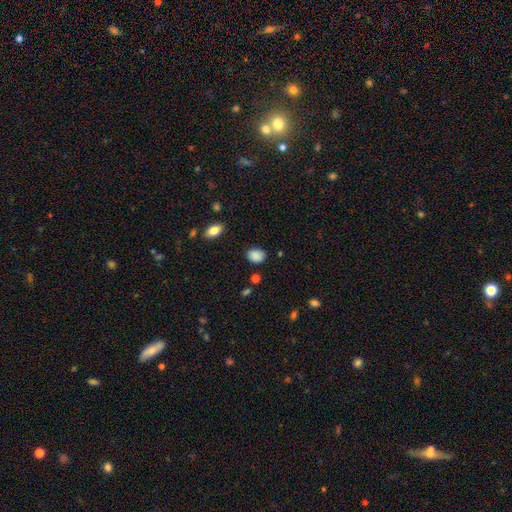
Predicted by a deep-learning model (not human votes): Q: Smooth or featured?
A: smooth (87%); runner-up: star or artifact (9%)
Q: How rounded?
A: in between (70%); runner-up: round (29%)
Q: Merging?
A: none (78%); runner-up: minor disturbance (16%)